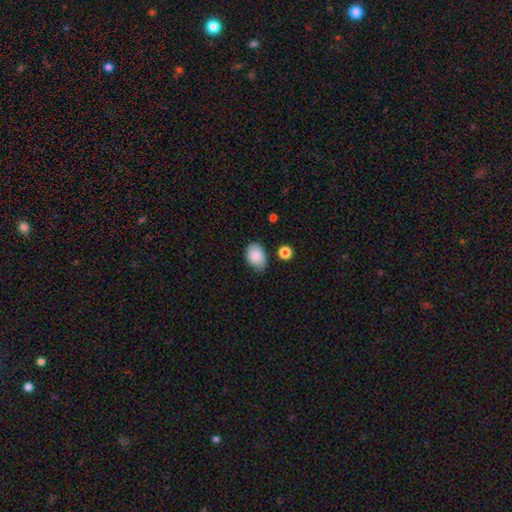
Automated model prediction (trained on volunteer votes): Smooth or featured: smooth — 85% (star or artifact — 8%)
How rounded: in between — 80% (round — 19%)
Merging: none — 66% (minor disturbance — 26%)